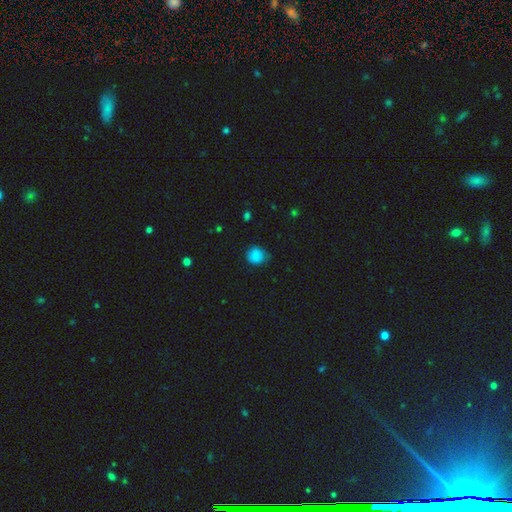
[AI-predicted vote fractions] Smooth or featured? smooth (85%)
How rounded? round (78%)
Merging? none (71%)